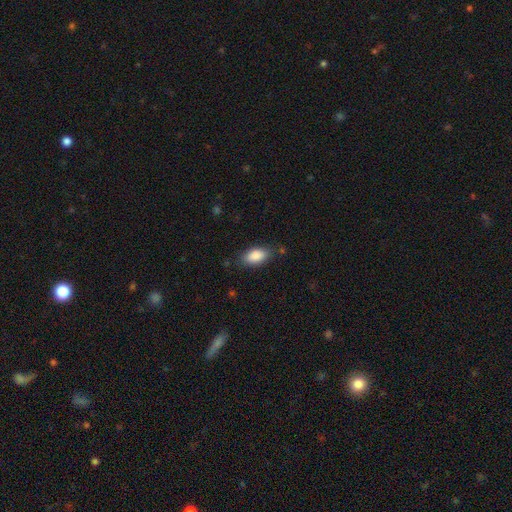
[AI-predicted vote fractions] A smooth galaxy with no disk features (88%) that is in between round and cigar-shaped (92%). Merging: none (80%).